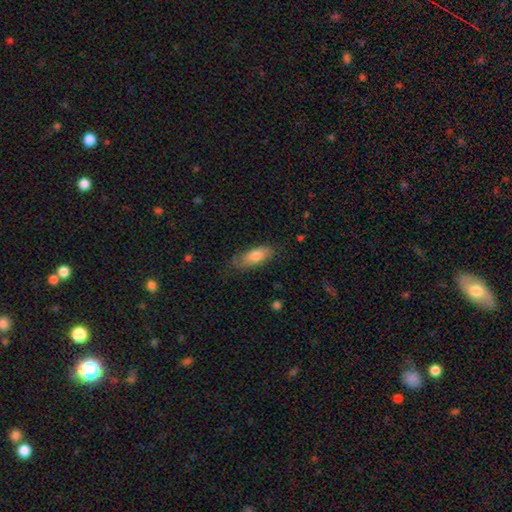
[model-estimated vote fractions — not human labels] A smooth galaxy with no disk features (79%) that is in between round and cigar-shaped (81%).

Vote fractions:
- Smooth or featured? smooth: 79% / featured or disk: 15% / star or artifact: 6%
- How rounded? in between: 81% / cigar-shaped: 16% / round: 2%
- Merging? none: 69% / minor disturbance: 23% / major disturbance: 6% / merger: 1%